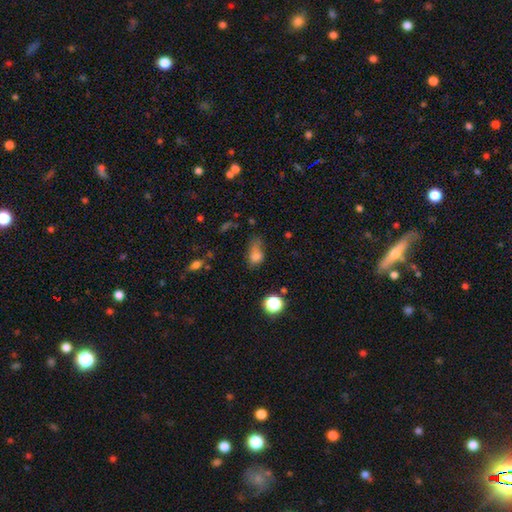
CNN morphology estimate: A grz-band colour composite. It shows a smooth galaxy with no disk features (74%) that is in between round and cigar-shaped (68%). Merging: none (32%, tied with minor disturbance).